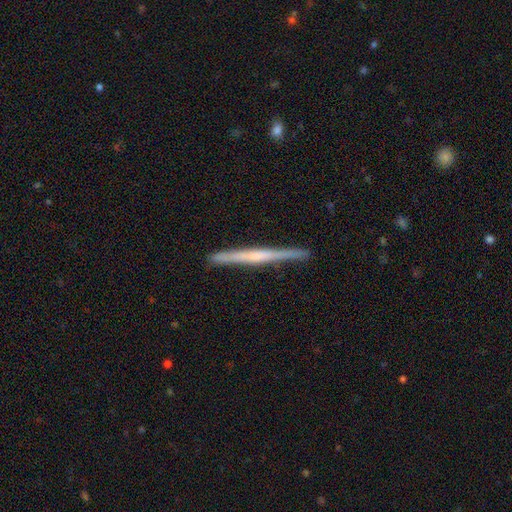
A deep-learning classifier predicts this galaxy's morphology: smooth_or_featured: featured or disk (p=0.66) [alt: smooth p=0.29]
disk_edge_on: yes (p=0.98) [alt: no p=0.02]
edge_on_bulge: none (p=0.49) [alt: rounded p=0.35]
merging: none (p=0.90) [alt: minor disturbance p=0.07]